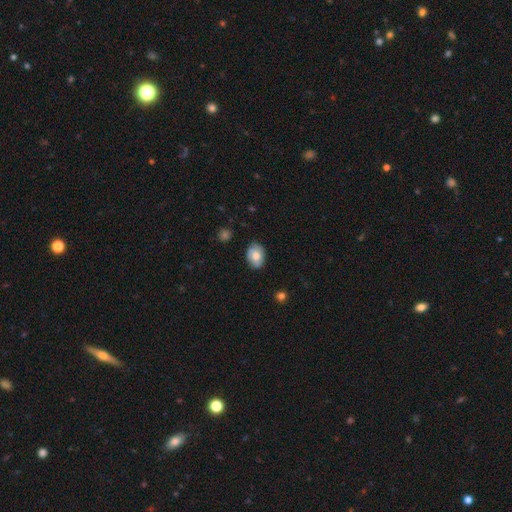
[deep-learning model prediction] Morphology: type=smooth (71%); roundness=in between (75%); merging=none (78%).